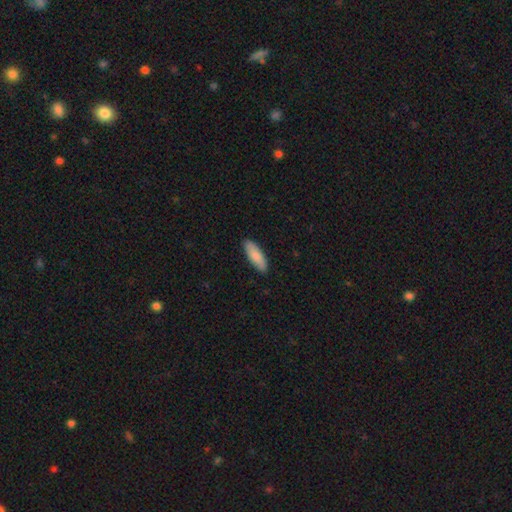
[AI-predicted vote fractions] Smooth or featured?
  - smooth: 82% *
  - featured or disk: 13%
  - star or artifact: 5%
How rounded?
  - in between: 63% *
  - cigar-shaped: 35%
  - round: 2%
Merging?
  - none: 87% *
  - minor disturbance: 10%
  - major disturbance: 2%
  - merger: 1%